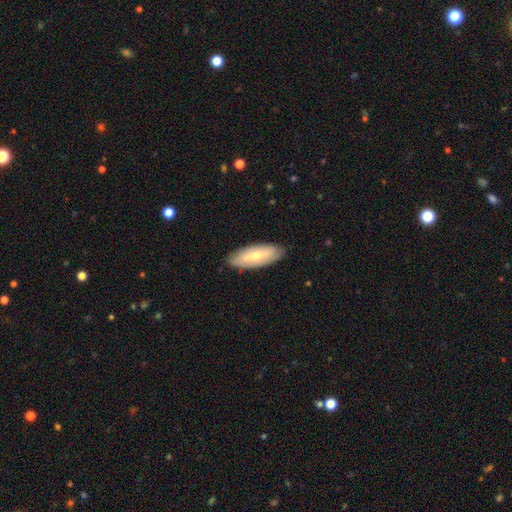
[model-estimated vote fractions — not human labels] This appears to be a smooth galaxy with no disk features (53%) that is in between round and cigar-shaped (71%). Merging: none (86%).